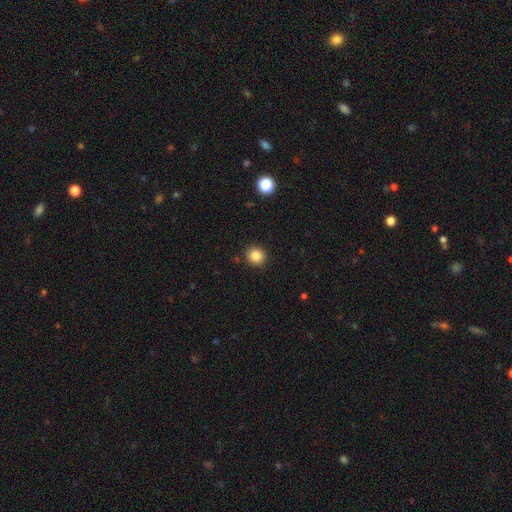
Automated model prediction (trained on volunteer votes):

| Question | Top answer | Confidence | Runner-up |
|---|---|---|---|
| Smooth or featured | smooth | 85% | star or artifact (11%) |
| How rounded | round | 90% | in between (10%) |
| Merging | none | 90% | minor disturbance (6%) |